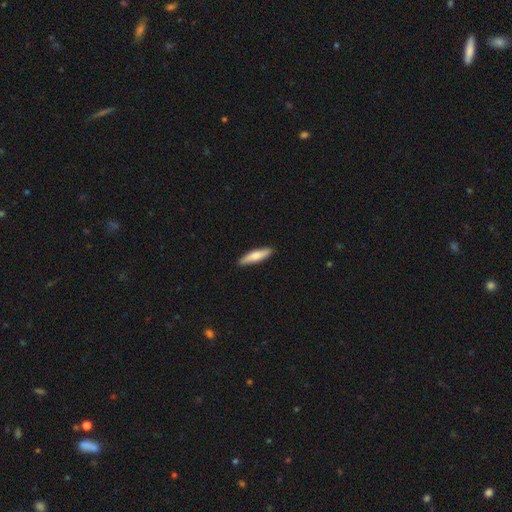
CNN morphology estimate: The model was most divided on "smooth or featured": smooth: 73%, featured or disk: 22%, star or artifact: 5%. More confident: merging — none (90%); how rounded — cigar-shaped (80%).